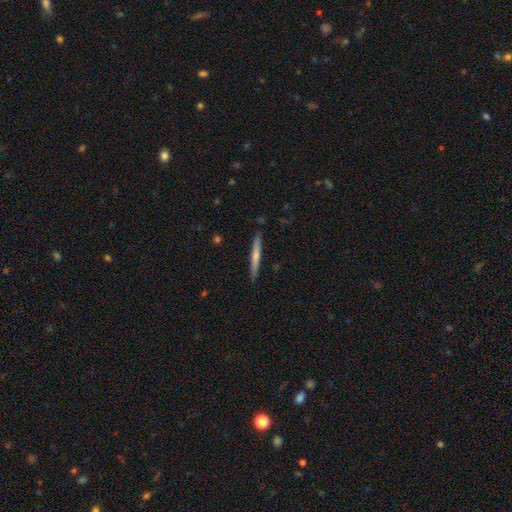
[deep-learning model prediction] Smooth or featured?
  - smooth: 53% *
  - featured or disk: 42%
  - star or artifact: 5%
How rounded?
  - cigar-shaped: 96% *
  - in between: 3%
  - round: 1%
Merging?
  - none: 89% *
  - minor disturbance: 9%
  - major disturbance: 2%
  - merger: 1%